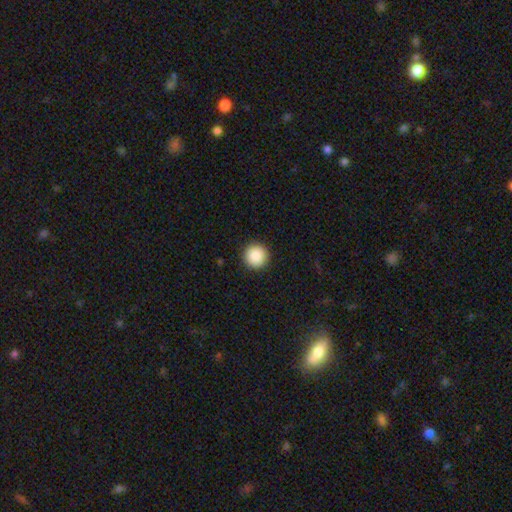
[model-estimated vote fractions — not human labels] The model was most divided on "smooth or featured": smooth: 89%, star or artifact: 9%, featured or disk: 3%. More confident: how rounded — round (96%); merging — none (93%).